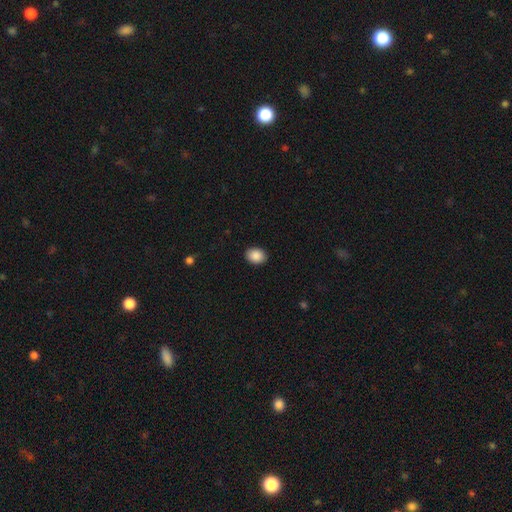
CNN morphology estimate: Smooth or featured? Predicted: smooth (p=0.89). How rounded? Predicted: in between (p=0.66). Merging? Predicted: none (p=0.90).